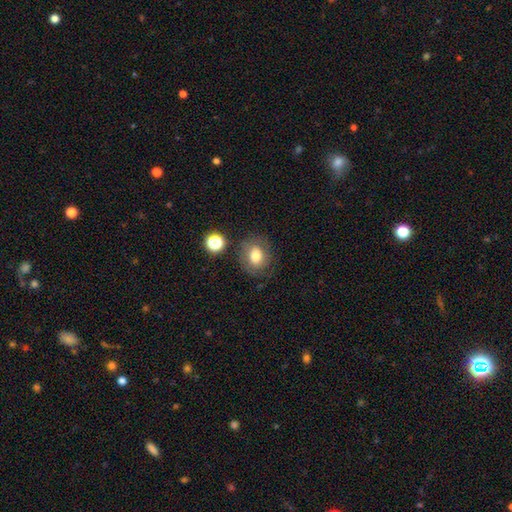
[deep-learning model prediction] Smooth or featured? Predicted: smooth (p=0.74). How rounded? Predicted: round (p=0.61). Merging? Predicted: none (p=0.75).